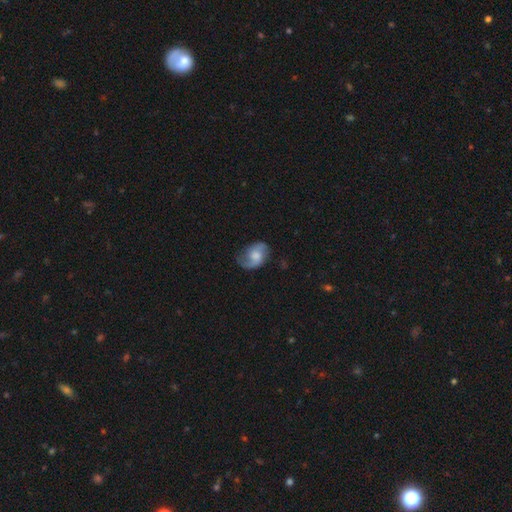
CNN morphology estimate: smooth_or_featured: featured or disk (p=0.65) [alt: smooth p=0.28]
disk_edge_on: no (p=0.97) [alt: yes p=0.03]
bar: no (p=0.62) [alt: weak p=0.33]
has_spiral_arms: yes (p=0.91) [alt: no p=0.09]
spiral_winding: medium (p=0.44) [alt: loose p=0.38]
spiral_arm_count: 2 (p=0.80) [alt: 1 p=0.11]
bulge_size: moderate (p=0.41) [alt: large p=0.28]
merging: none (p=0.65) [alt: minor disturbance p=0.23]